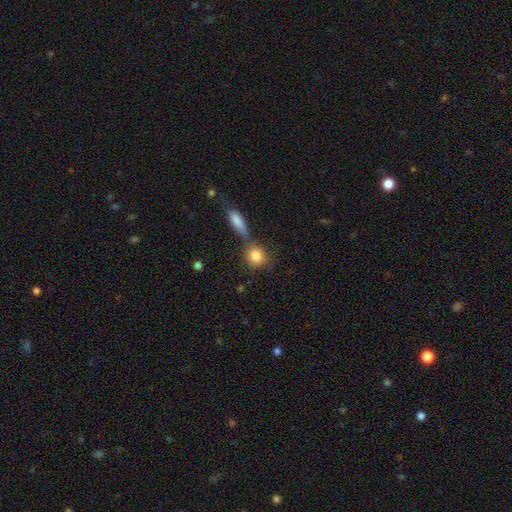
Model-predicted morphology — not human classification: smooth 84%, star or artifact 8%, featured or disk 8%. Down the decision tree: how rounded — round (80%); merging — none (52%).